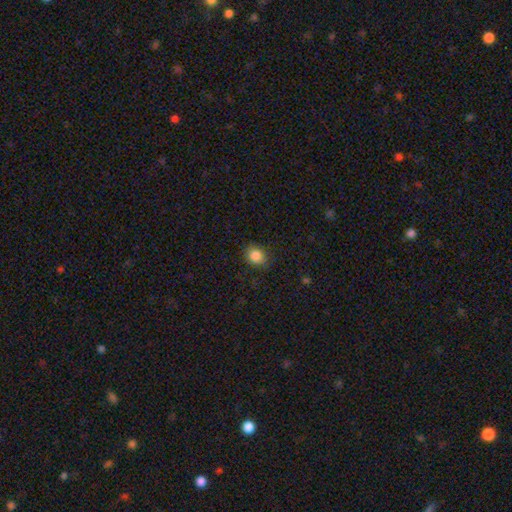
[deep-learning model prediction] Morphology: type=smooth (86%); roundness=round (68%); merging=none (86%).